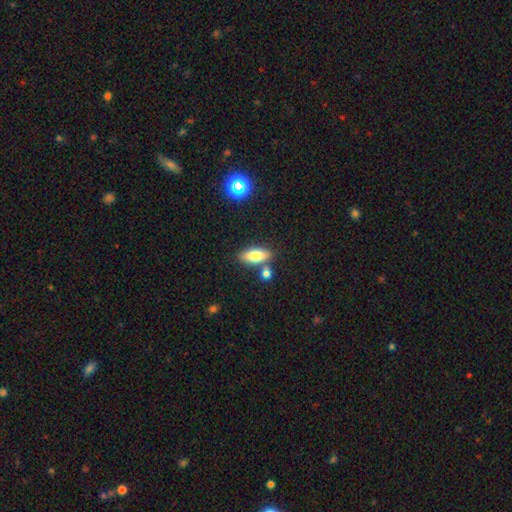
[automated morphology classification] Smooth or featured: smooth — 75% (featured or disk — 17%)
How rounded: in between — 79% (cigar-shaped — 17%)
Merging: none — 72% (merger — 14%)